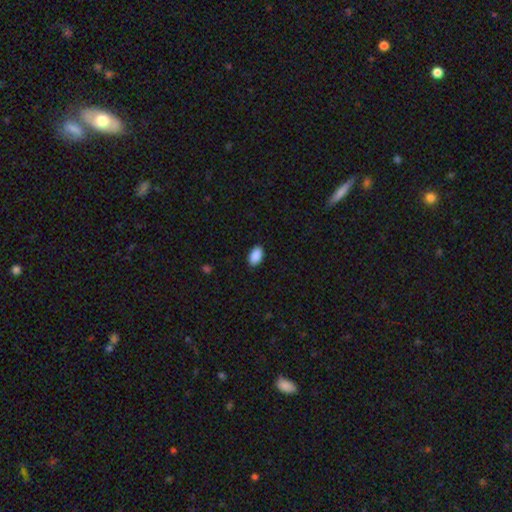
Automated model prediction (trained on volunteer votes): smooth 91%, star or artifact 7%, featured or disk 2%. Down the decision tree: how rounded — in between (94%); merging — none (89%).